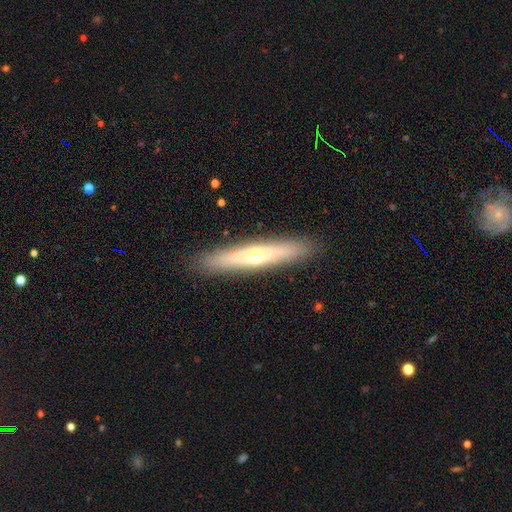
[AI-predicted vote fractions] Smooth or featured? Predicted: featured or disk (p=0.50). Edge-on disk? Predicted: yes (p=0.89). Merging? Predicted: none (p=0.91).